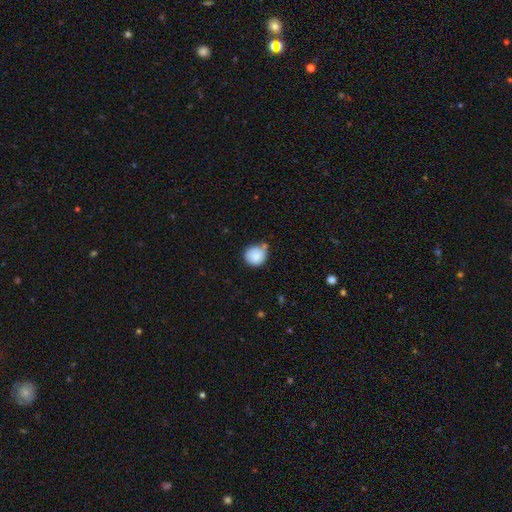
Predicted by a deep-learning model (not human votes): Morphology: type=smooth (87%); roundness=round (86%); merging=none (64%).